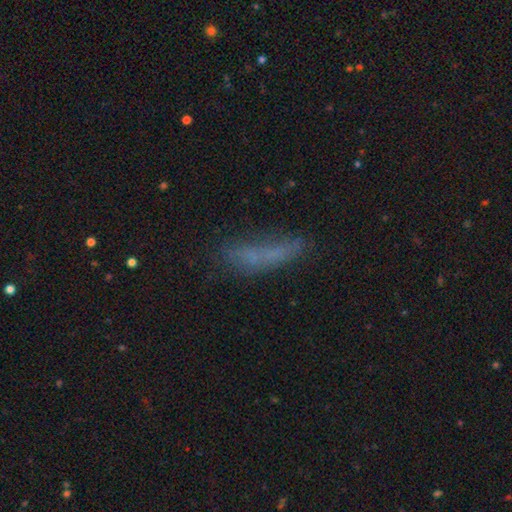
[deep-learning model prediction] smooth 58%, featured or disk 25%, star or artifact 17%. Down the decision tree: how rounded — cigar-shaped (70%); merging — none (54%).